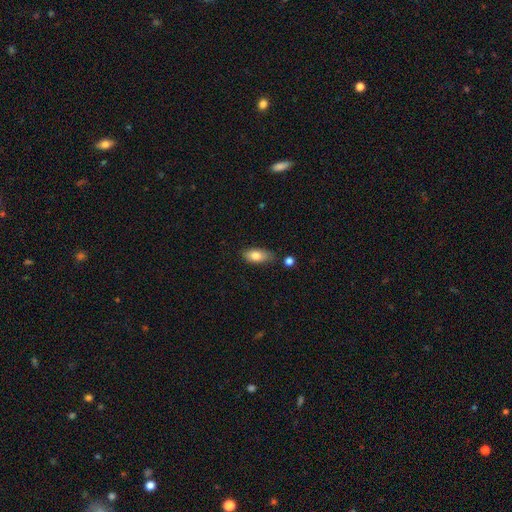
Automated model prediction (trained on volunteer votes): This appears to be a smooth galaxy with no disk features (79%) that is in between round and cigar-shaped (86%). Merging: none (70%).